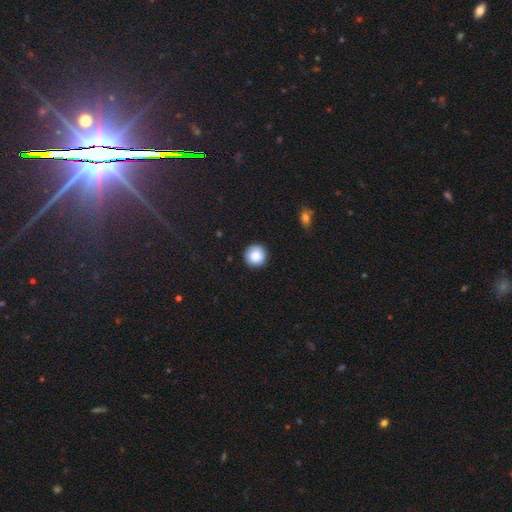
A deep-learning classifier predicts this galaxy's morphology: Smooth or featured: smooth — 87% (star or artifact — 8%)
How rounded: round — 96% (in between — 3%)
Merging: none — 90% (minor disturbance — 7%)